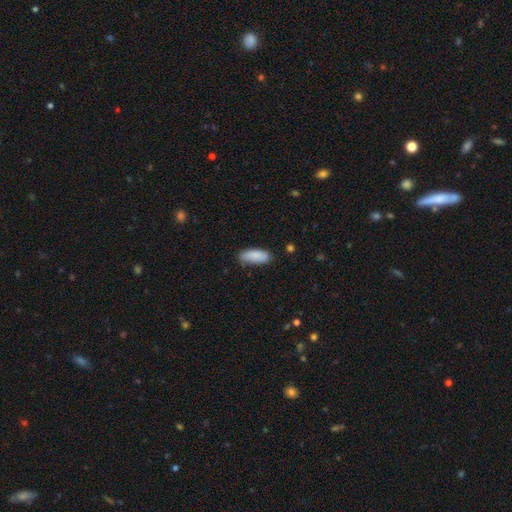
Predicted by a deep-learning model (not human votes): This is clearly a smooth galaxy (88%). How rounded: likely in between (76%). Merging: likely none (78%).